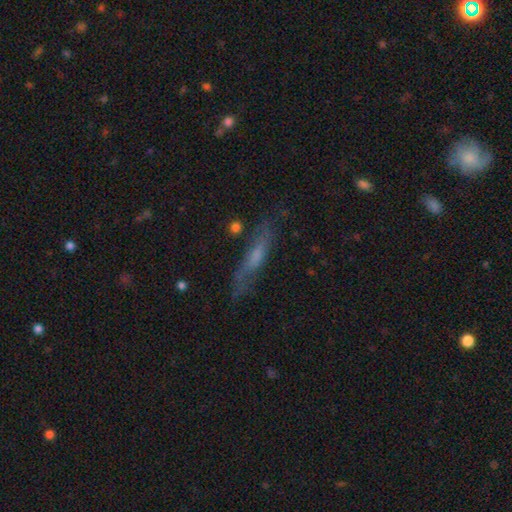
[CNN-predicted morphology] This appears to be a featured or disk galaxy (48%). Merging: none (68%).